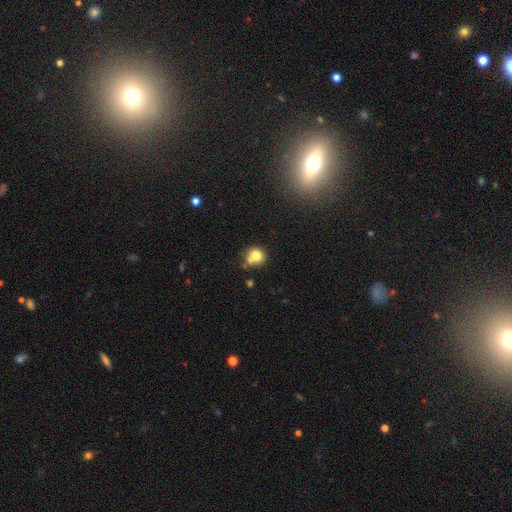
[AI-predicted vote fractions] The model was most divided on "merging": none: 53%, merger: 27%, minor disturbance: 14%, major disturbance: 5%. More confident: how rounded — round (80%); smooth or featured — smooth (75%).